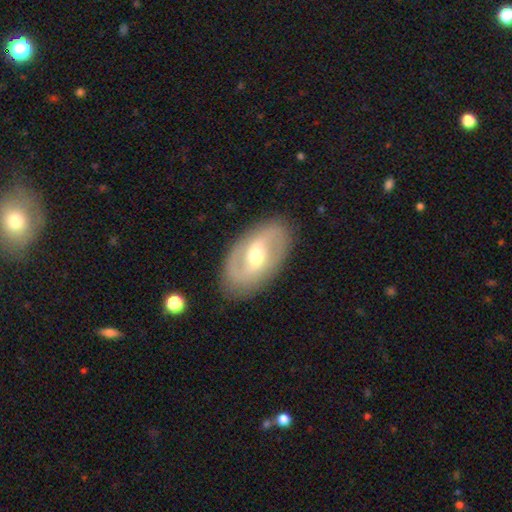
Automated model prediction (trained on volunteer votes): Smooth or featured? featured or disk (78%)
Edge-on disk? no (94%)
Bar? weak (48%)
Spiral arms? yes (84%)
Spiral winding? medium (45%)
Spiral arm count? 2 (87%)
Bulge size? moderate (62%)
Merging? none (85%)